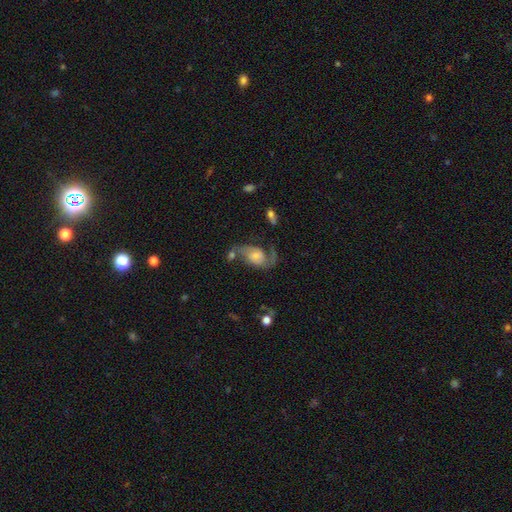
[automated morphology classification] Overall: featured or disk (81%). Edge-on disk: no (97%). Bar: no (62%; weak 31%). Spiral arms: yes (95%). Spiral arm count: 2 (86%). Spiral winding: loose (44%; medium 43%). Bulge size: small (40%; moderate 37%). Merging: none (53%; minor disturbance 18%).